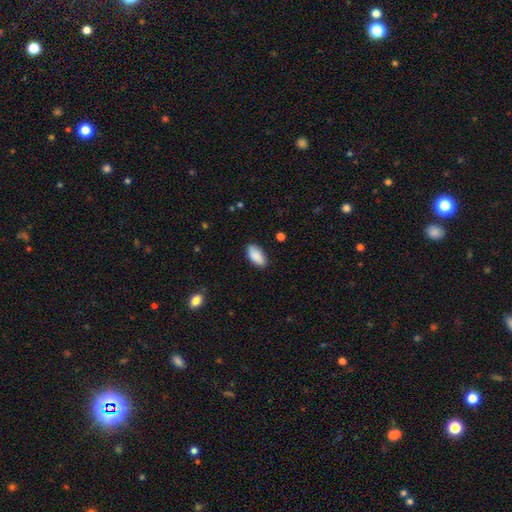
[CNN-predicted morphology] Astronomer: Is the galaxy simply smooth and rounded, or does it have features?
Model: smooth — 89%.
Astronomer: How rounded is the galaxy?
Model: in between — 92%.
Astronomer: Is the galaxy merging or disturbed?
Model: none — 87%.